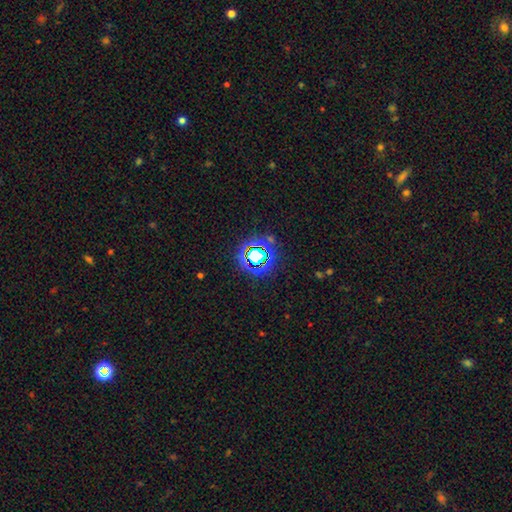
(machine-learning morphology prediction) Overall: star or artifact (66%).